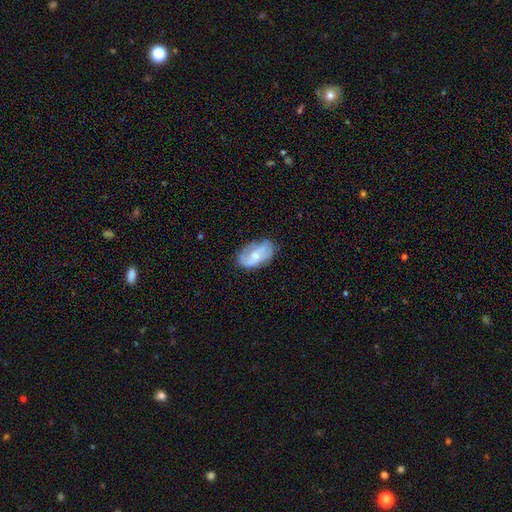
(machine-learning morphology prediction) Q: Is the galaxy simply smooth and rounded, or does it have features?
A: featured or disk — 48%.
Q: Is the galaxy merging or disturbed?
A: none — 64%.